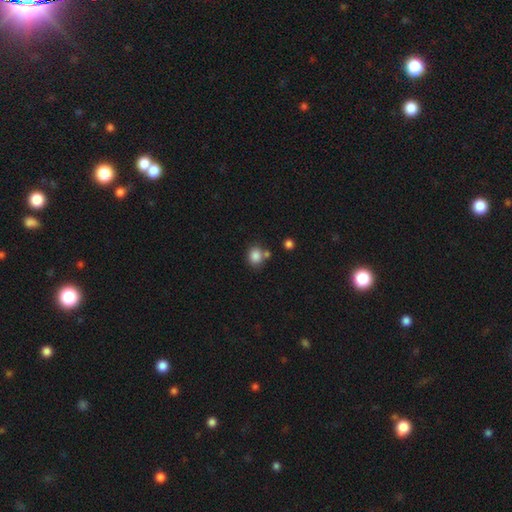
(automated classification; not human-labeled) Smooth or featured? Predicted: smooth (p=0.84). How rounded? Predicted: round (p=0.67). Merging? Predicted: none (p=0.63).